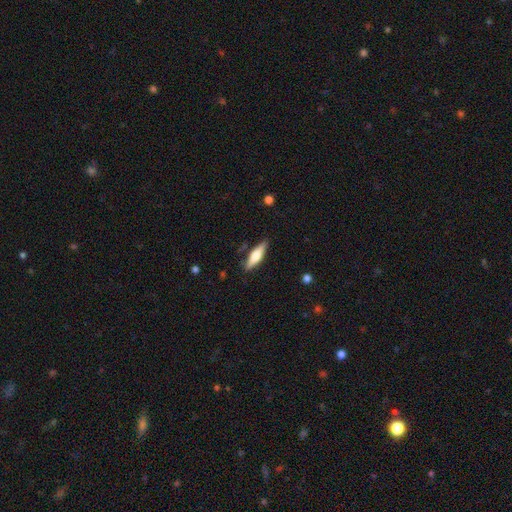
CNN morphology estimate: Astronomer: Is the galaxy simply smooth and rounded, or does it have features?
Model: smooth — 49% (runner-up: featured or disk, 45%).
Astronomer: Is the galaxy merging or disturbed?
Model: none — 85%.